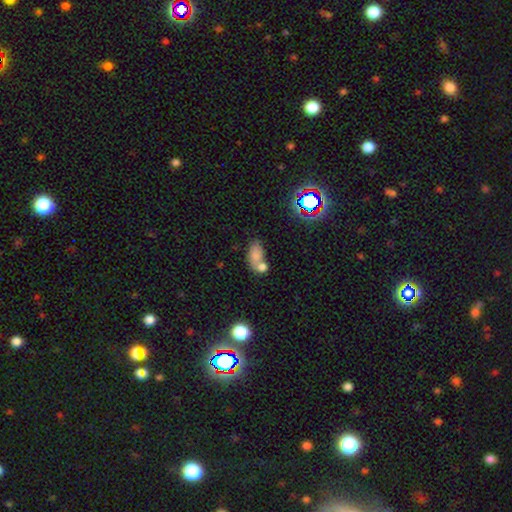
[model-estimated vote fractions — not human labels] Q: Smooth or featured?
A: smooth (73%); runner-up: star or artifact (14%)
Q: How rounded?
A: in between (86%); runner-up: round (11%)
Q: Merging?
A: merger (49%); runner-up: none (32%)